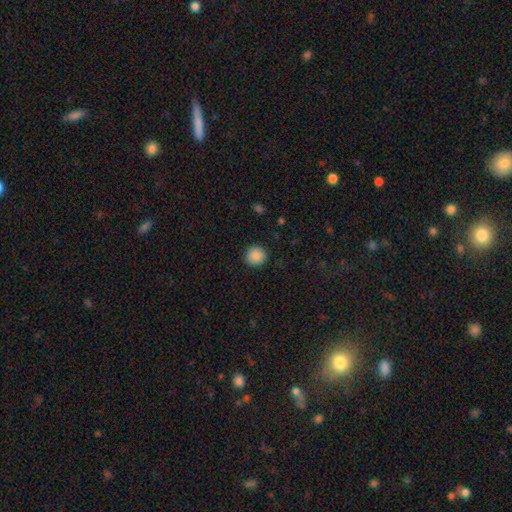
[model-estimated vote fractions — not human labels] Morphology: type=smooth (88%); roundness=round (94%); merging=none (92%).